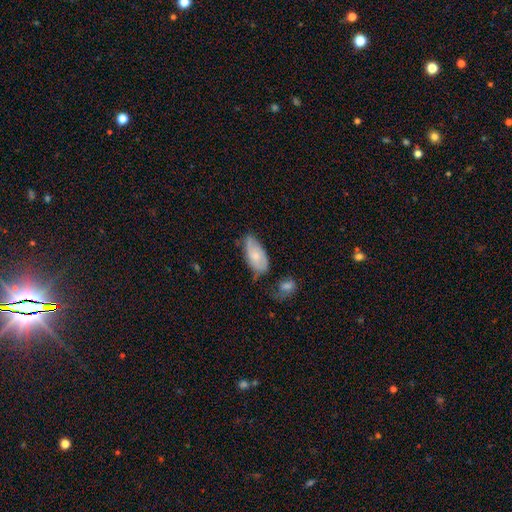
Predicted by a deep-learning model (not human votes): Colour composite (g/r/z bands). It shows a smooth galaxy with no disk features (65%) that is in between round and cigar-shaped (92%). Merging: none (45%).